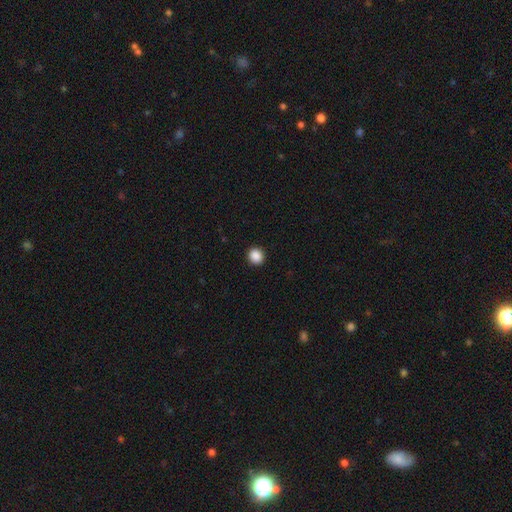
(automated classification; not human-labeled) Q: Smooth or featured?
A: smooth (89%); runner-up: star or artifact (9%)
Q: How rounded?
A: round (87%); runner-up: in between (12%)
Q: Merging?
A: none (92%); runner-up: minor disturbance (5%)